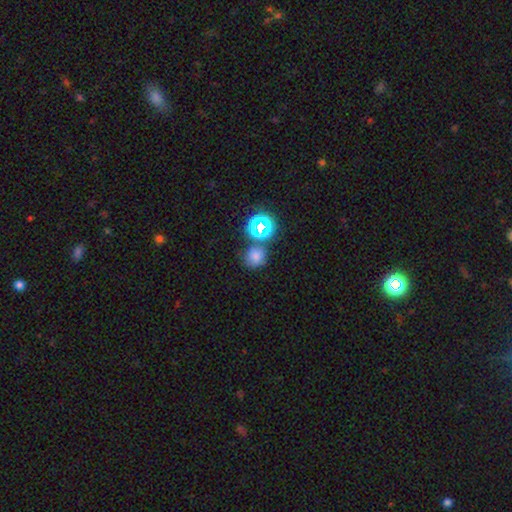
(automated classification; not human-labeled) Smooth or featured: smooth — 67% (star or artifact — 25%)
How rounded: round — 82% (in between — 17%)
Merging: none — 68% (merger — 15%)